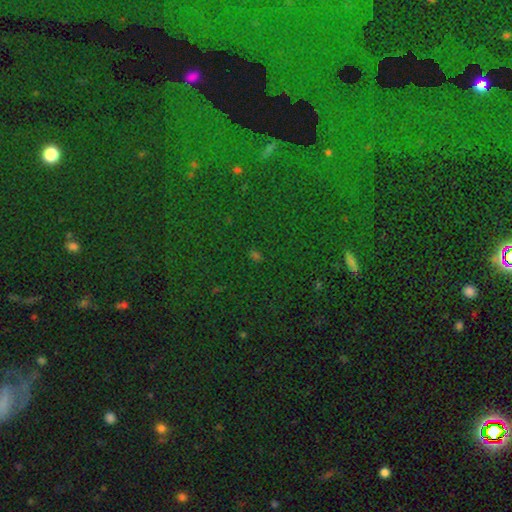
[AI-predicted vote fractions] Overall: star or artifact (56%; smooth 34%).